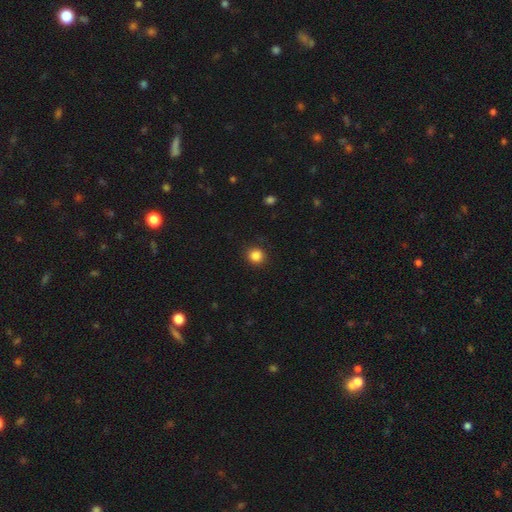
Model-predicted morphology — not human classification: The model was most divided on "smooth or featured": smooth: 86%, star or artifact: 11%, featured or disk: 3%. More confident: merging — none (90%); how rounded — round (89%).